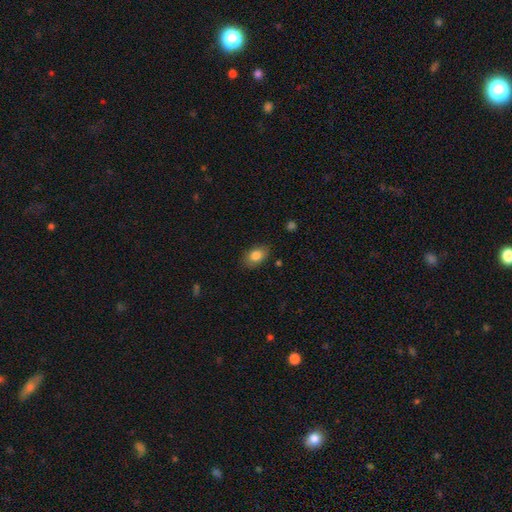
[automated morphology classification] Smooth or featured: smooth — 83% (featured or disk — 9%)
How rounded: in between — 85% (round — 14%)
Merging: none — 84% (minor disturbance — 12%)